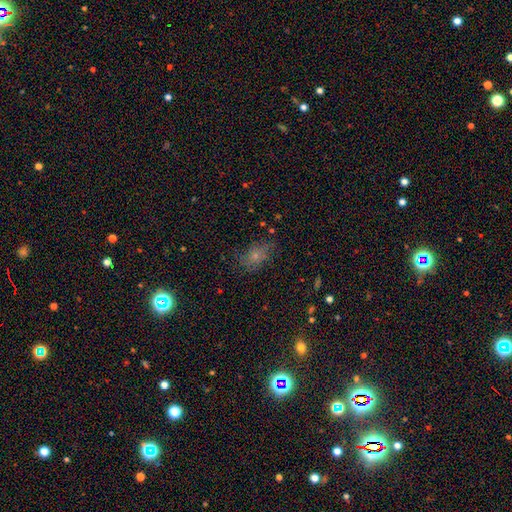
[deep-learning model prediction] Smooth or featured?
  - smooth: 60% *
  - star or artifact: 20%
  - featured or disk: 20%
How rounded?
  - in between: 72% *
  - round: 25%
  - cigar-shaped: 3%
Merging?
  - none: 61% *
  - minor disturbance: 25%
  - major disturbance: 13%
  - merger: 2%